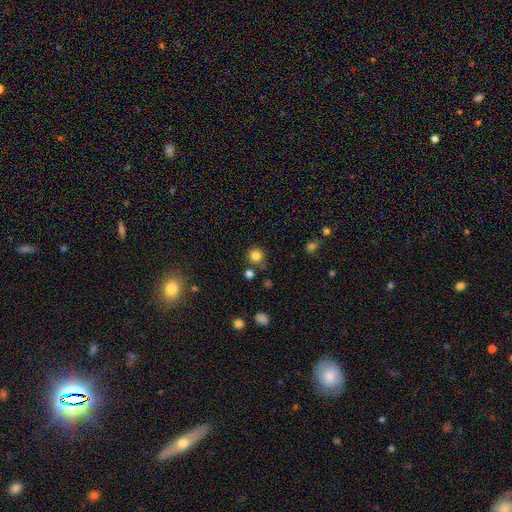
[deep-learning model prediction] Smooth or featured?
  - smooth: 82% *
  - star or artifact: 12%
  - featured or disk: 5%
How rounded?
  - round: 93% *
  - in between: 6%
  - cigar-shaped: 1%
Merging?
  - none: 79% *
  - minor disturbance: 9%
  - merger: 8%
  - major disturbance: 3%